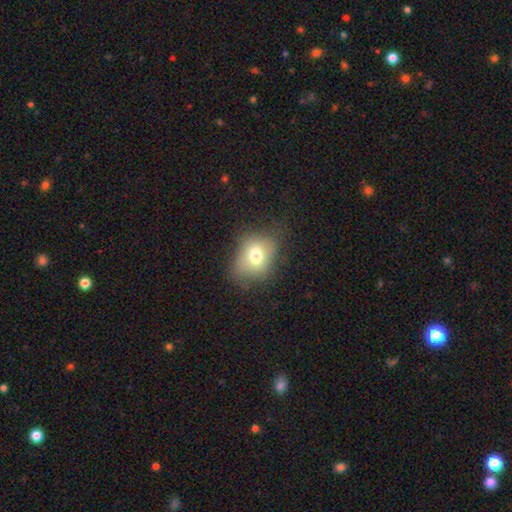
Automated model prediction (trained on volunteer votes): Smooth or featured? Predicted: smooth (p=0.71). How rounded? Predicted: in between (p=0.56). Merging? Predicted: none (p=0.62).